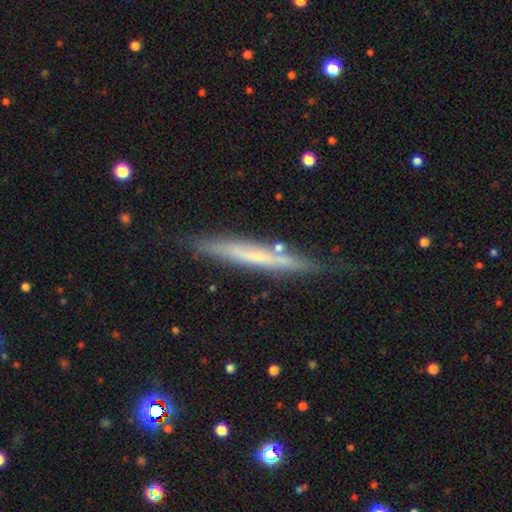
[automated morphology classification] A featured or disk galaxy (54%) viewed edge-on (92%). Merging: none (80%).